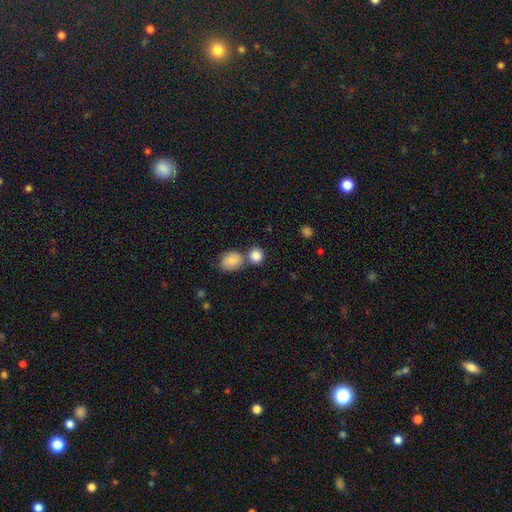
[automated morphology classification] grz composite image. It shows a smooth galaxy with no disk features (86%) that is round (81%). Merging: none (54%).